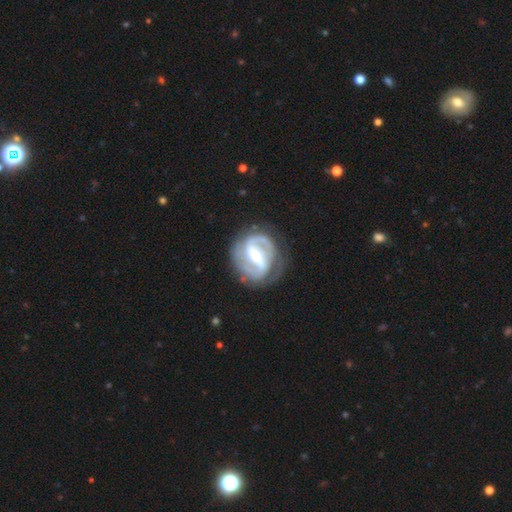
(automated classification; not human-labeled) This is clearly a featured or disk galaxy (88%). It is clearly not viewed edge-on (97%). Bar: possibly strong (53%). Spiral arm pattern: clearly yes (95%). Spiral arm count: clearly 2 (81%). Spiral winding: marginally medium (45%). Central bulge: possibly moderate (53%). Merging: likely none (76%).